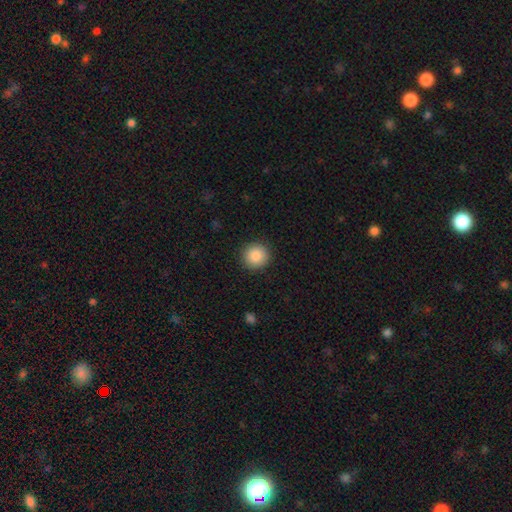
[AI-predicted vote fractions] A smooth galaxy with no disk features (87%) that is round (94%).

Vote fractions:
- Smooth or featured? smooth: 87% / star or artifact: 8% / featured or disk: 4%
- How rounded? round: 94% / in between: 5% / cigar-shaped: 1%
- Merging? none: 92% / minor disturbance: 6% / major disturbance: 2% / merger: 1%